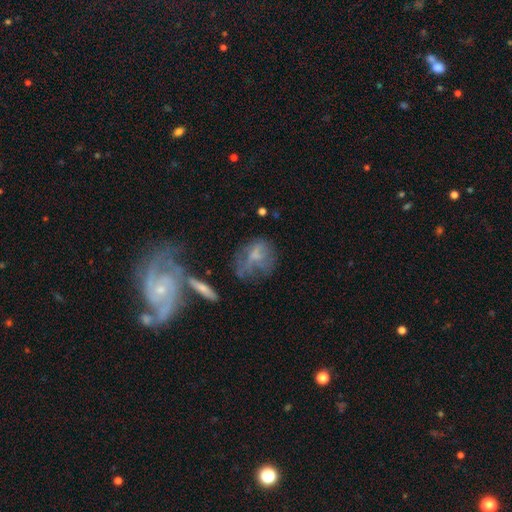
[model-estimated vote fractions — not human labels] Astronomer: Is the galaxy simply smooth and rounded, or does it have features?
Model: smooth — 44%, tied with featured or disk at 44%.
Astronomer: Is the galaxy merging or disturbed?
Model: none — 35% (runner-up: major disturbance, 32%).